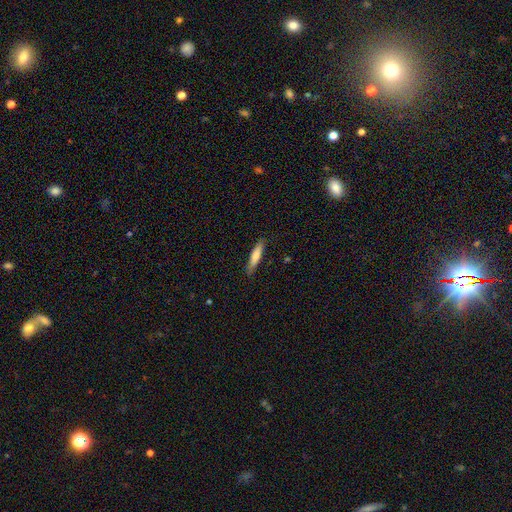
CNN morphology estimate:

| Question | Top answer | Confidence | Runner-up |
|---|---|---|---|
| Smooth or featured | smooth | 73% | featured or disk (21%) |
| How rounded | cigar-shaped | 85% | in between (14%) |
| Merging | none | 86% | minor disturbance (10%) |